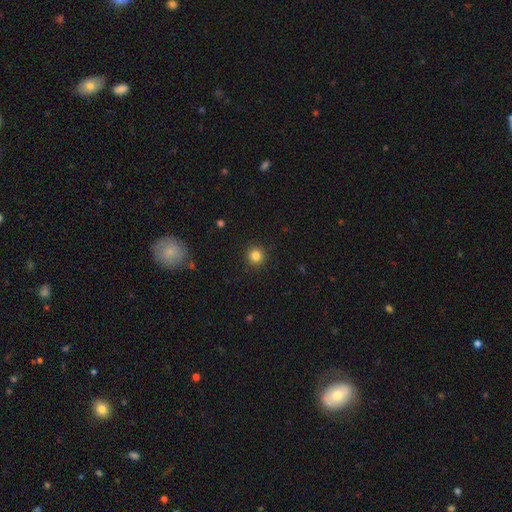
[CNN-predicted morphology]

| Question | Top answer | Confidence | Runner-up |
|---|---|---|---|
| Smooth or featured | smooth | 84% | star or artifact (11%) |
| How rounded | round | 94% | in between (5%) |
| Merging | none | 91% | minor disturbance (6%) |